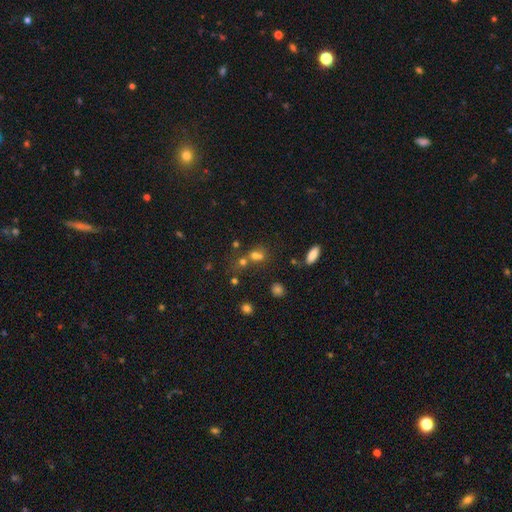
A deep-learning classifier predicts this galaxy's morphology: A smooth galaxy with no disk features (61%) that is round (66%).

Vote fractions:
- Smooth or featured? smooth: 61% / star or artifact: 24% / featured or disk: 15%
- How rounded? round: 66% / in between: 31% / cigar-shaped: 3%
- Merging? merger: 49% / none: 37% / minor disturbance: 8% / major disturbance: 5%